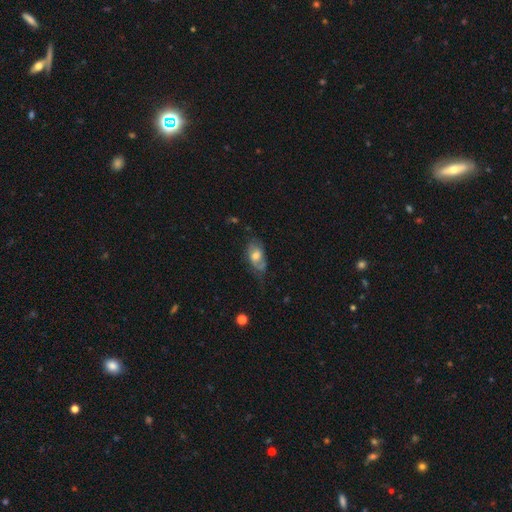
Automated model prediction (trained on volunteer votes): smooth 50%, featured or disk 42%, star or artifact 8%. Down the decision tree: merging — none (47%).